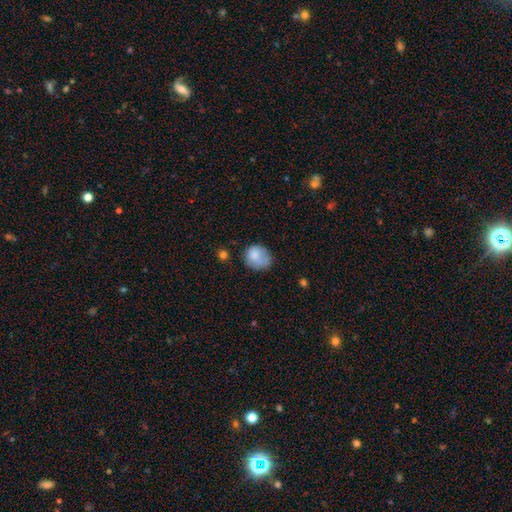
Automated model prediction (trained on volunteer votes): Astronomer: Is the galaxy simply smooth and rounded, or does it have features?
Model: smooth — 80%.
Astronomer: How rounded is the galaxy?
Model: round — 65%.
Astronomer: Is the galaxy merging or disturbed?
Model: none — 55%.